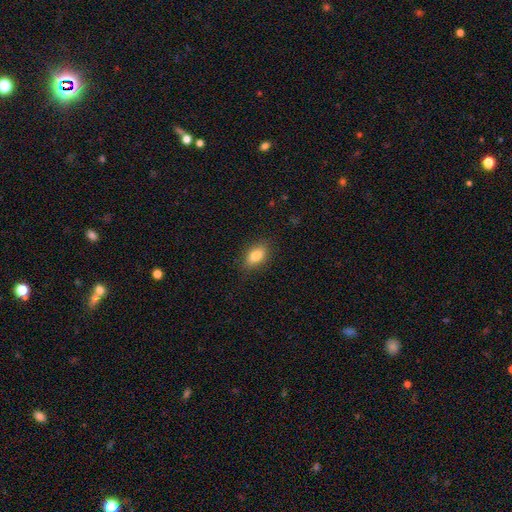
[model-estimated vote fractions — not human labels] Smooth or featured: smooth — 83% (featured or disk — 9%)
How rounded: in between — 86% (round — 9%)
Merging: none — 82% (minor disturbance — 14%)